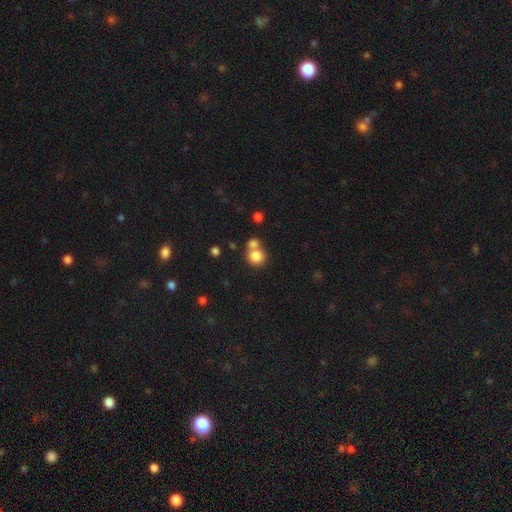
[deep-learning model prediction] Q: Smooth or featured?
A: smooth (81%); runner-up: star or artifact (10%)
Q: How rounded?
A: round (86%); runner-up: in between (13%)
Q: Merging?
A: none (50%); runner-up: merger (39%)